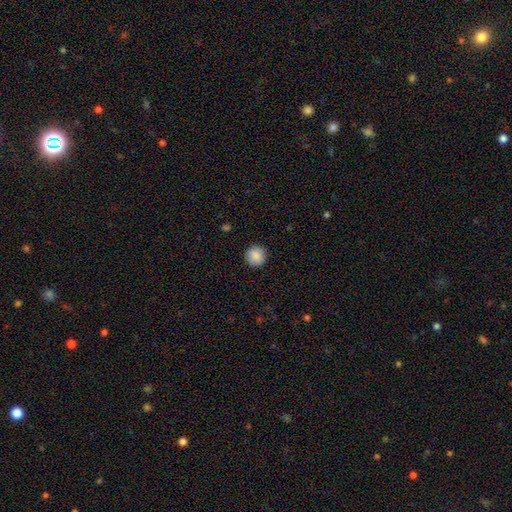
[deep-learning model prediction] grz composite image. It shows a smooth galaxy with no disk features (88%) that is round (94%). Merging: none (90%).